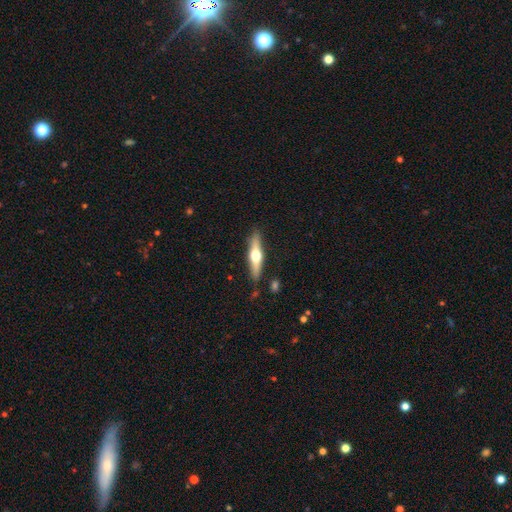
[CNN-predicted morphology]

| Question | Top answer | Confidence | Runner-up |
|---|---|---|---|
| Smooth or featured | featured or disk | 62% | smooth (33%) |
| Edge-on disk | yes | 95% | no (5%) |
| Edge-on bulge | rounded | 96% | boxy (2%) |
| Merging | none | 88% | minor disturbance (8%) |